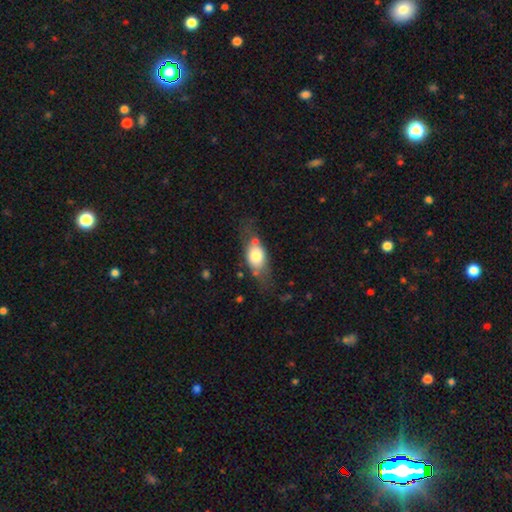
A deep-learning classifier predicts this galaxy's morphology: This is likely a smooth galaxy (63%). How rounded: likely in between (75%). Merging: possibly none (58%).